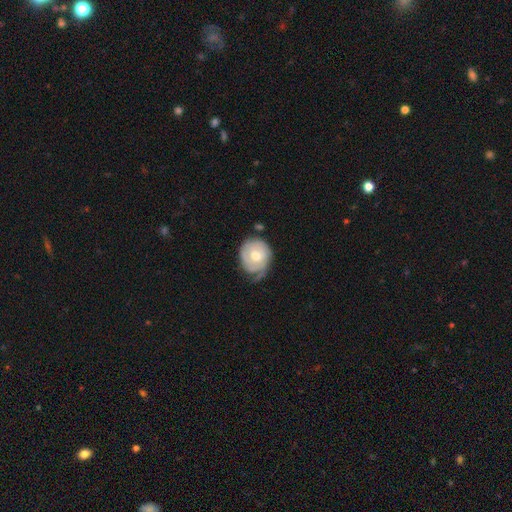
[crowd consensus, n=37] smooth-or-featured: featured or disk: 86% | smooth: 11% | star or artifact: 3%
  disk-edge-on: no: 100% | yes: 0%
    bar: no: 62% | weak: 38% | strong: 0%
    has-spiral-arms: yes: 94% | no: 6%
      spiral-winding: tight: 63% | loose: 20% | medium: 17%
      spiral-arm-count: can't tell: 43% | 3: 33% | 1: 17% | 4: 3% | more than 4: 3% | 2: 0%
    bulge-size: moderate: 91% | small: 9% | dominant: 0% | large: 0% | none: 0%
  merging: none: 56% | minor disturbance: 25% | major disturbance: 19% | merger: 0%